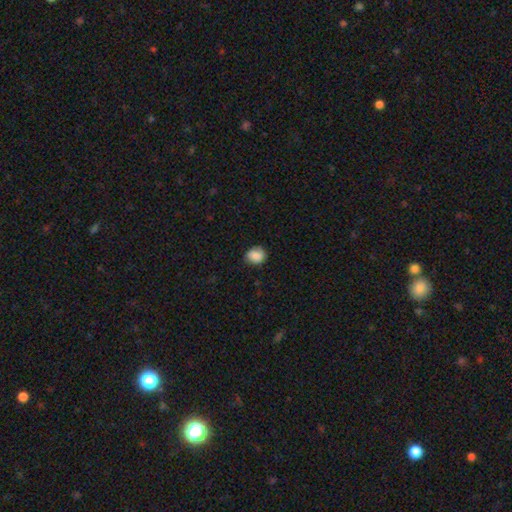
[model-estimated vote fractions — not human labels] Q: Smooth or featured?
A: smooth (85%); runner-up: star or artifact (8%)
Q: How rounded?
A: round (60%); runner-up: in between (39%)
Q: Merging?
A: none (77%); runner-up: minor disturbance (18%)